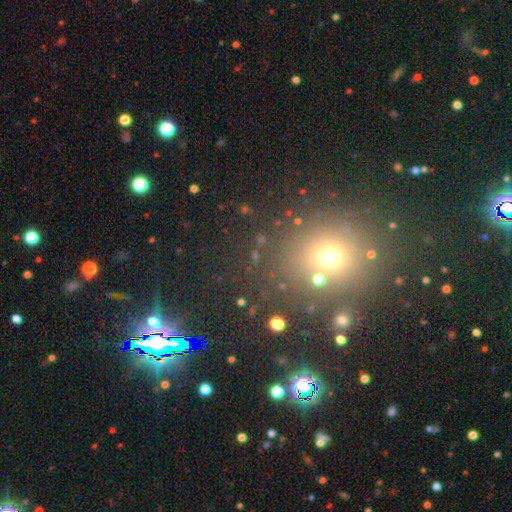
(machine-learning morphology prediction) Q: Smooth or featured?
A: smooth (48%); runner-up: star or artifact (42%)
Q: Merging?
A: none (78%); runner-up: minor disturbance (9%)